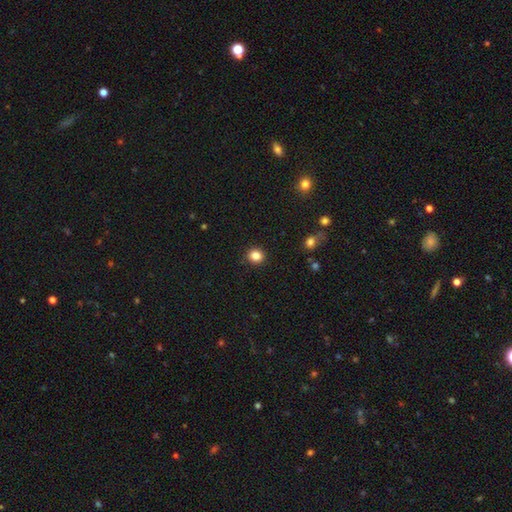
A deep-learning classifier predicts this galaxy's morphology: smooth 85%, star or artifact 11%, featured or disk 4%. Down the decision tree: how rounded — round (84%); merging — none (91%).